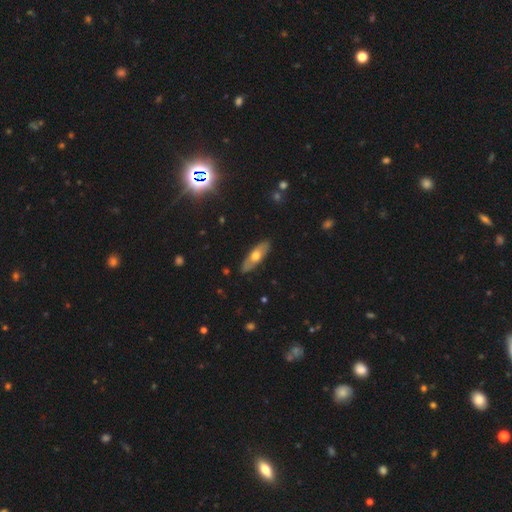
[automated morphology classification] Q: Smooth or featured?
A: smooth (52%); runner-up: featured or disk (42%)
Q: How rounded?
A: in between (56%); runner-up: cigar-shaped (41%)
Q: Merging?
A: none (87%); runner-up: minor disturbance (10%)